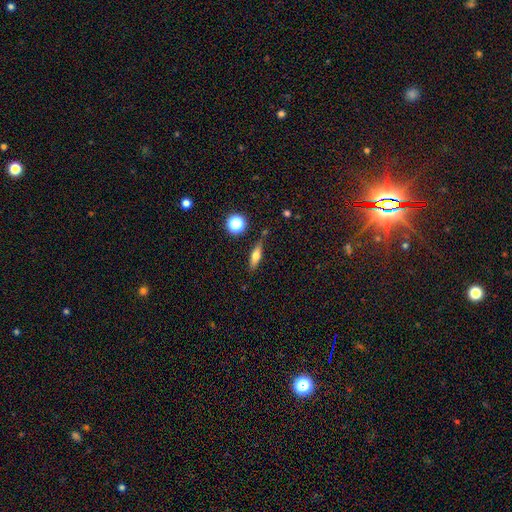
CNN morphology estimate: Overall: smooth (60%; featured or disk 30%). How rounded: cigar-shaped (49%; in between 44%). Merging: none (78%).